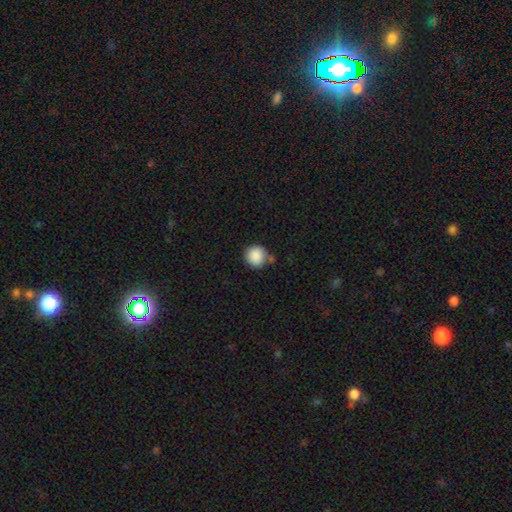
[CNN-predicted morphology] type=smooth (88%); roundness=round (92%); merging=none (72%).